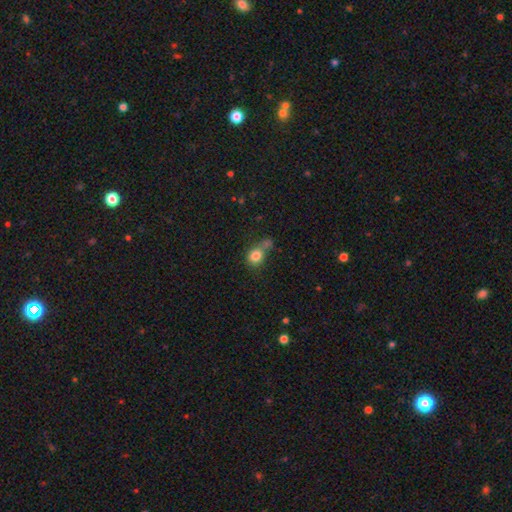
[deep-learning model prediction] Smooth or featured? Predicted: smooth (p=0.81). How rounded? Predicted: round (p=0.70). Merging? Predicted: none (p=0.41).